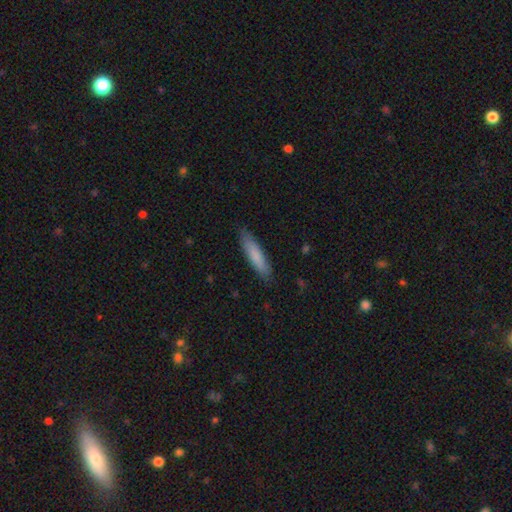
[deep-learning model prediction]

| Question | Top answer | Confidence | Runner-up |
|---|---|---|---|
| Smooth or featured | smooth | 81% | featured or disk (13%) |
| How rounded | cigar-shaped | 83% | in between (16%) |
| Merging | none | 87% | minor disturbance (10%) |